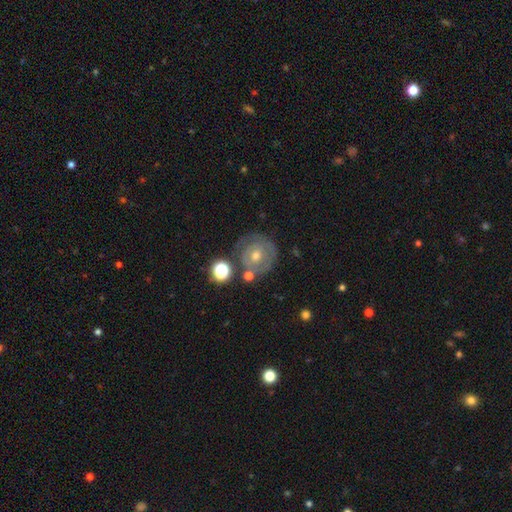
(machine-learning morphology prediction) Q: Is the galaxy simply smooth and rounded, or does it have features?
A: featured or disk — 62%.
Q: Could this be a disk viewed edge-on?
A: no — 97%.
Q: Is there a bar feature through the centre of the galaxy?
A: no — 81%.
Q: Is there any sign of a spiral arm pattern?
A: yes — 61%.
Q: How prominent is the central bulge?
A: moderate — 55%.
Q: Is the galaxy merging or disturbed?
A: none — 69%.